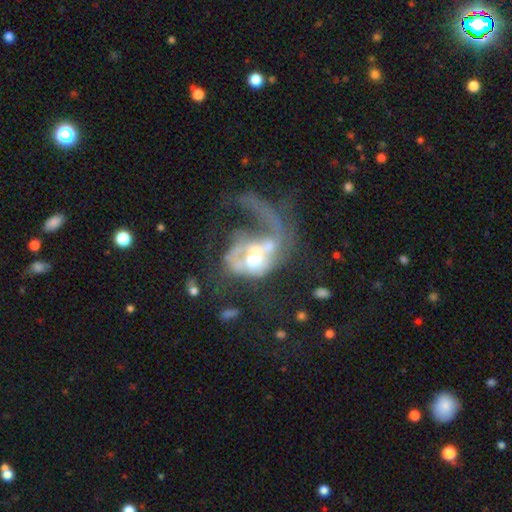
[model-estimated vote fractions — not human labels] smooth-or-featured: featured or disk: 72% | smooth: 19% | star or artifact: 9%
  disk-edge-on: no: 96% | yes: 4%
    bar: no: 55% | weak: 33% | strong: 12%
    has-spiral-arms: yes: 63% | no: 37%
    bulge-size: moderate: 58% | large: 22% | small: 14% | none: 4% | dominant: 3%
  merging: major disturbance: 56% | merger: 22% | none: 14% | minor disturbance: 8%